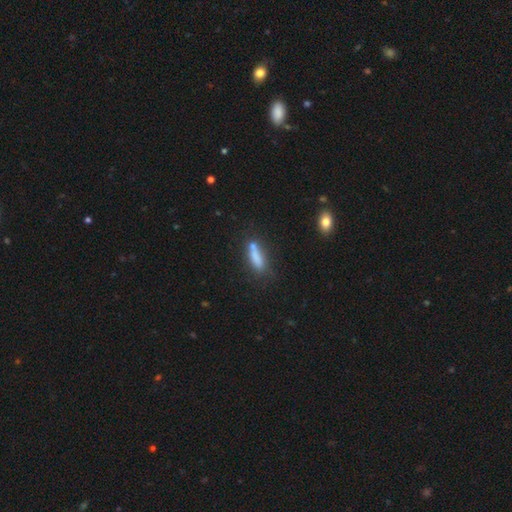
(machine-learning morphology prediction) Smooth or featured: smooth — 76% (featured or disk — 14%)
How rounded: cigar-shaped — 67% (in between — 31%)
Merging: none — 56% (minor disturbance — 21%)